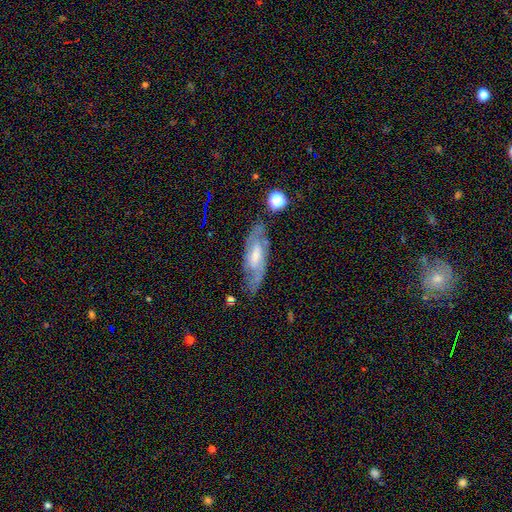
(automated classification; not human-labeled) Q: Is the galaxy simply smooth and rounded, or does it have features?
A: featured or disk — 70%.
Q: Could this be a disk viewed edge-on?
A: no — 81%.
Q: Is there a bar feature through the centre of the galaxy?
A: weak — 46%.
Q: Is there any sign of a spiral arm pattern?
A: yes — 83%.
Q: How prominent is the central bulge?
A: small — 42%.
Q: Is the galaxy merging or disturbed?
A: none — 72%.